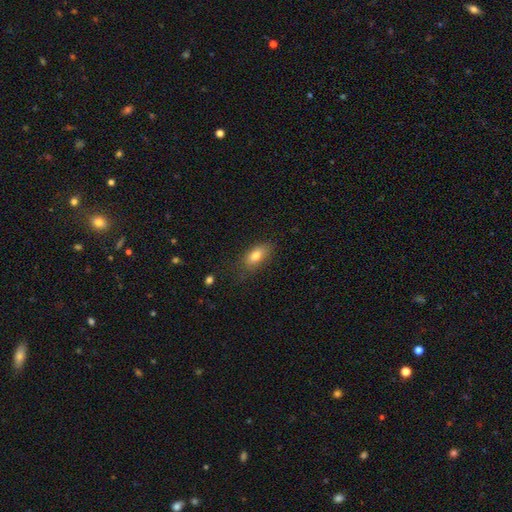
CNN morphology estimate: The model was most divided on "merging": none: 75%, minor disturbance: 18%, major disturbance: 5%, merger: 2%. More confident: how rounded — in between (85%); smooth or featured — smooth (79%).